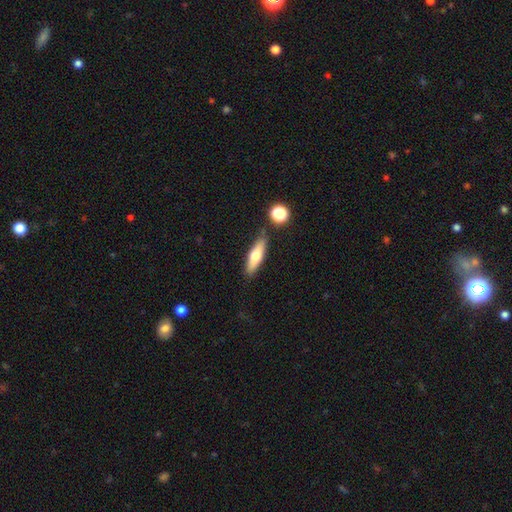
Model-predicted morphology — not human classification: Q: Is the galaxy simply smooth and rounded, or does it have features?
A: smooth — 58%.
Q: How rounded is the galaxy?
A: cigar-shaped — 60%.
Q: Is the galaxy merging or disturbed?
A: none — 81%.